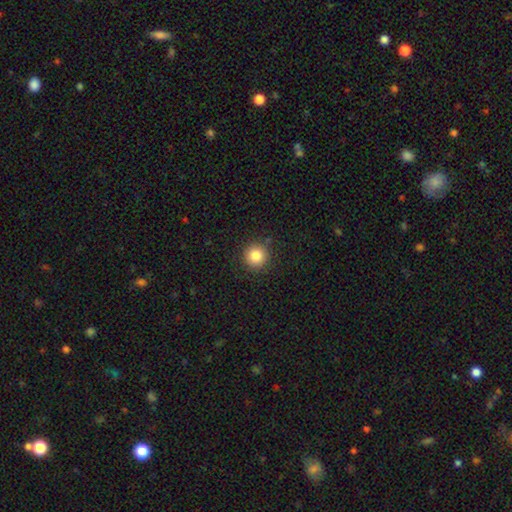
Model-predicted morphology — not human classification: Q: Smooth or featured?
A: smooth (84%); runner-up: star or artifact (11%)
Q: How rounded?
A: round (95%); runner-up: in between (4%)
Q: Merging?
A: none (89%); runner-up: minor disturbance (7%)